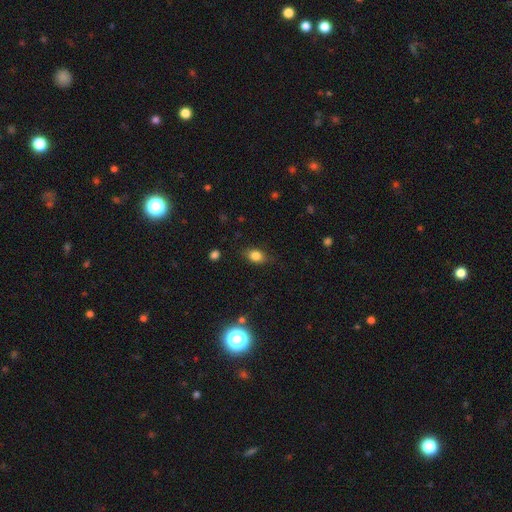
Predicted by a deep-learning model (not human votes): The model was most divided on "how rounded": in between: 69%, round: 28%, cigar-shaped: 3%. More confident: smooth or featured — smooth (81%); merging — none (77%).